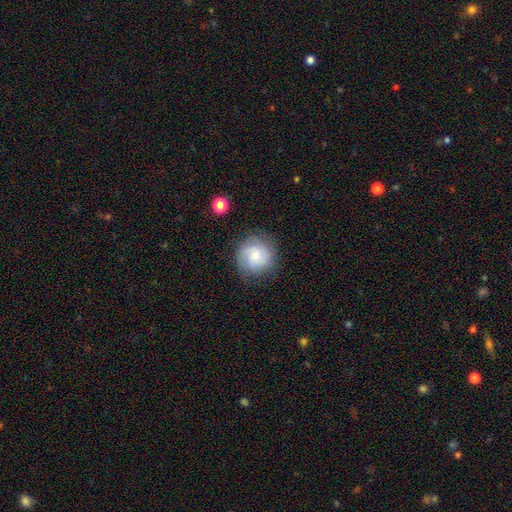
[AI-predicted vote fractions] Q: Smooth or featured?
A: smooth (66%); runner-up: featured or disk (25%)
Q: How rounded?
A: round (92%); runner-up: in between (7%)
Q: Merging?
A: none (79%); runner-up: minor disturbance (14%)